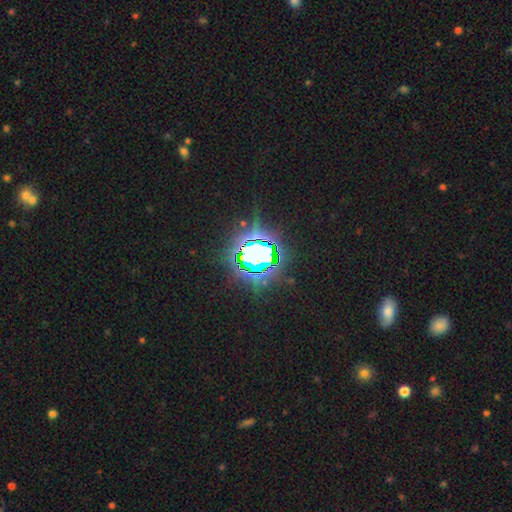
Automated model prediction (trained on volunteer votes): Smooth or featured? star or artifact (79%)